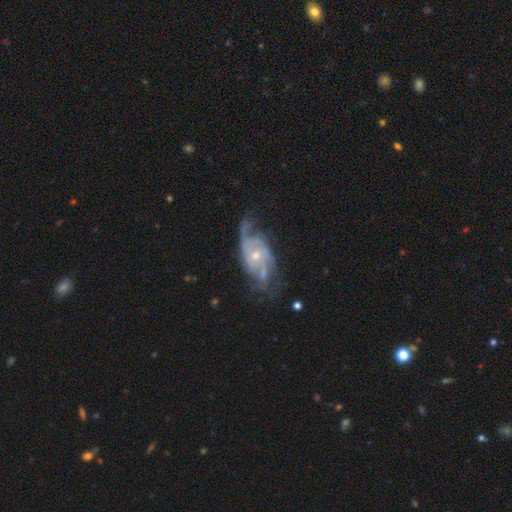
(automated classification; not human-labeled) Morphology: type=featured or disk (84%); edge-on=no (95%); bar=no (71%); spiral arms=yes (92%); winding=medium (43%); arm count=2 (38%); bulge=small (58%); merging=none (54%).